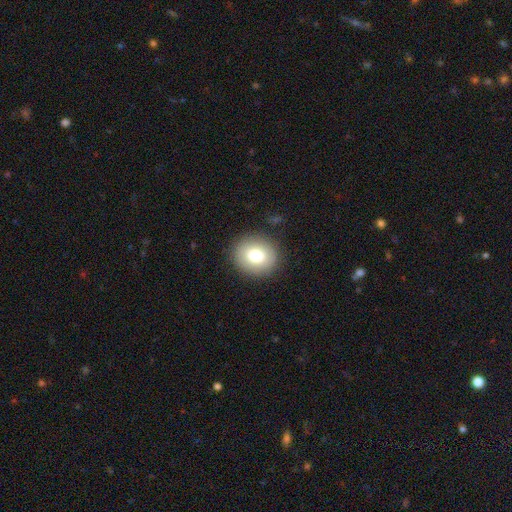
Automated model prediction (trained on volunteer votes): smooth_or_featured: smooth (p=0.76) [alt: featured or disk p=0.14]
how_rounded: round (p=0.79) [alt: in between p=0.20]
merging: none (p=0.88) [alt: minor disturbance p=0.08]